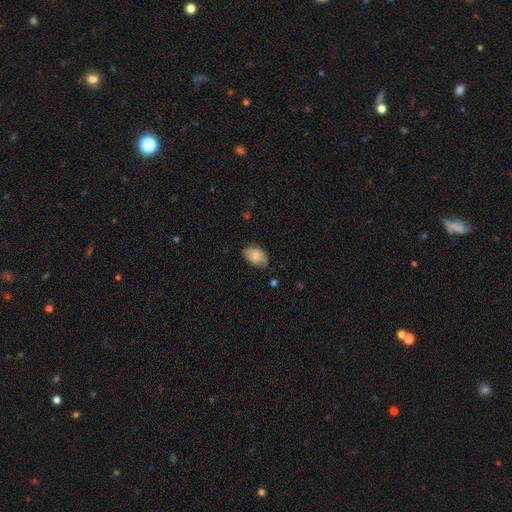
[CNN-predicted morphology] smooth_or_featured: smooth (p=0.81) [alt: featured or disk p=0.13]
how_rounded: in between (p=0.90) [alt: round p=0.09]
merging: none (p=0.72) [alt: minor disturbance p=0.23]